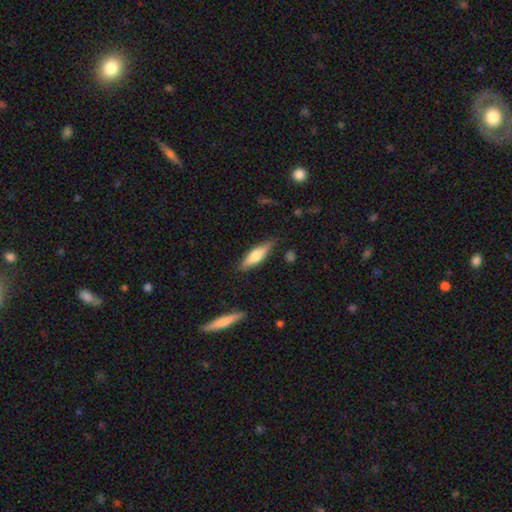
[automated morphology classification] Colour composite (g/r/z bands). It shows a smooth galaxy with no disk features (64%) that is cigar-shaped (57%). Merging: none (82%).